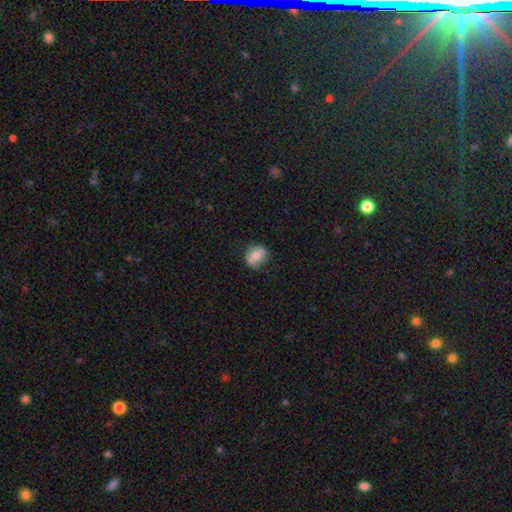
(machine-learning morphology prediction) smooth-or-featured: smooth: 64% | featured or disk: 28% | star or artifact: 8%
  how-rounded: round: 65% | in between: 34% | cigar-shaped: 1%
  merging: none: 78% | minor disturbance: 17% | major disturbance: 4% | merger: 1%